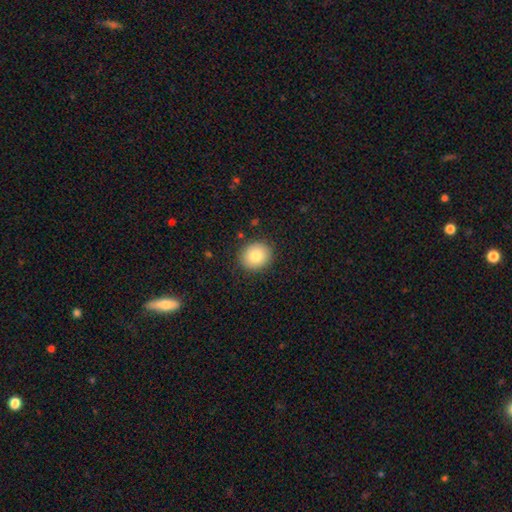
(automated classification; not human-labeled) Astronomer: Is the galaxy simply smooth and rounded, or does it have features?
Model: smooth — 81%.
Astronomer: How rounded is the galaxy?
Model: round — 80%.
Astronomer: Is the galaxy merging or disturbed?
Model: none — 88%.